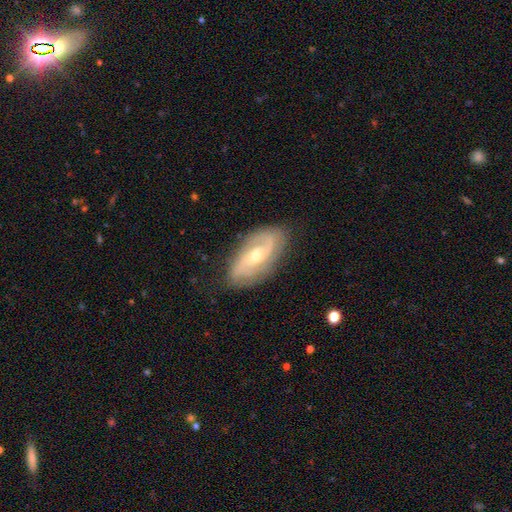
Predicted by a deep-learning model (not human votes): Smooth or featured?
  - featured or disk: 83% *
  - smooth: 12%
  - star or artifact: 5%
Edge-on disk?
  - no: 94% *
  - yes: 6%
Bar?
  - weak: 50% *
  - no: 33%
  - strong: 16%
Spiral arms?
  - yes: 93% *
  - no: 7%
Spiral winding?
  - medium: 44% *
  - tight: 37%
  - loose: 19%
Spiral arm count?
  - 2: 71% *
  - can't tell: 14%
  - 3: 7%
  - 1: 3%
  - 4: 2%
  - more than 4: 2%
Bulge size?
  - moderate: 51% *
  - small: 45%
  - large: 2%
  - none: 1%
  - dominant: 1%
Merging?
  - none: 80% *
  - minor disturbance: 15%
  - major disturbance: 4%
  - merger: 1%